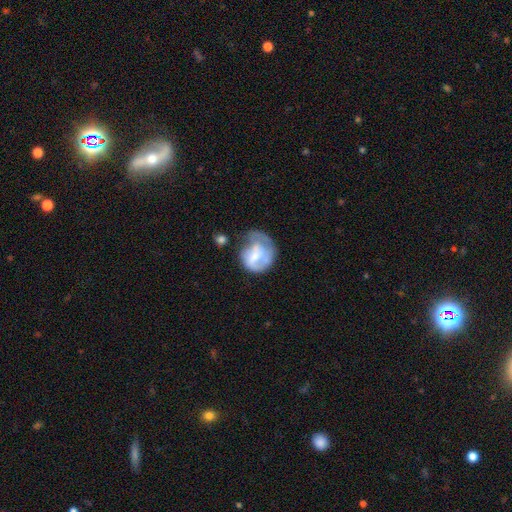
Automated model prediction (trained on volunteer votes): Smooth or featured? Predicted: featured or disk (p=0.54). Edge-on disk? Predicted: no (p=0.98). Bar? Predicted: no (p=0.51). Spiral arms? Predicted: yes (p=0.60). Bulge size? Predicted: moderate (p=0.38). Merging? Predicted: none (p=0.33).